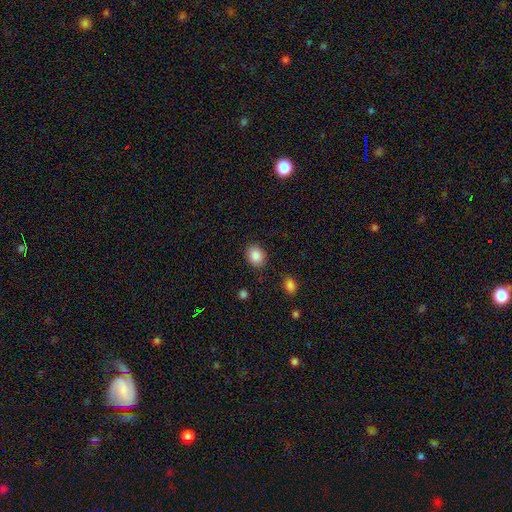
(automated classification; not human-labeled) Q: Smooth or featured?
A: smooth (86%); runner-up: star or artifact (9%)
Q: How rounded?
A: in between (50%); runner-up: round (49%)
Q: Merging?
A: none (85%); runner-up: minor disturbance (10%)